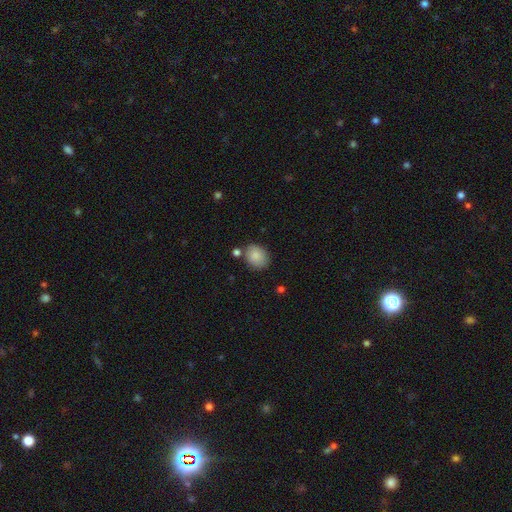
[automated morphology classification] smooth-or-featured: smooth: 86% | star or artifact: 8% | featured or disk: 6%
  how-rounded: round: 53% | in between: 46% | cigar-shaped: 1%
  merging: none: 76% | minor disturbance: 13% | merger: 7% | major disturbance: 3%